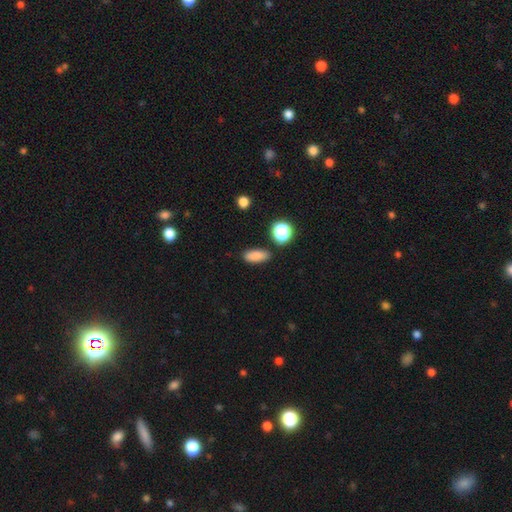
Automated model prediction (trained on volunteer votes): Smooth or featured?
  - smooth: 84% *
  - star or artifact: 10%
  - featured or disk: 6%
How rounded?
  - in between: 76% *
  - cigar-shaped: 17%
  - round: 7%
Merging?
  - none: 85% *
  - minor disturbance: 10%
  - merger: 3%
  - major disturbance: 3%